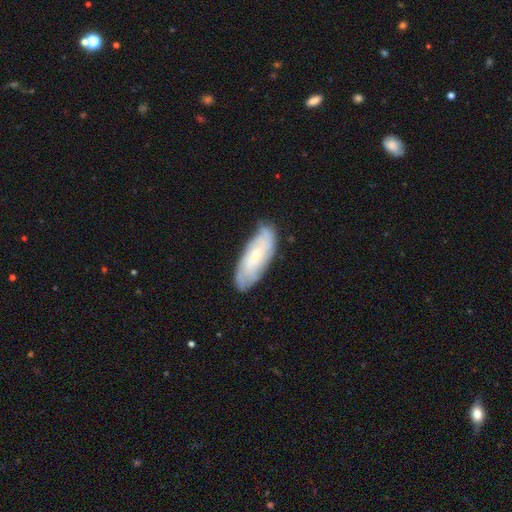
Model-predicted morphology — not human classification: The model was most divided on "smooth or featured": featured or disk: 58%, smooth: 36%, star or artifact: 7%. More confident: edge-on disk — no (86%); merging — none (78%).